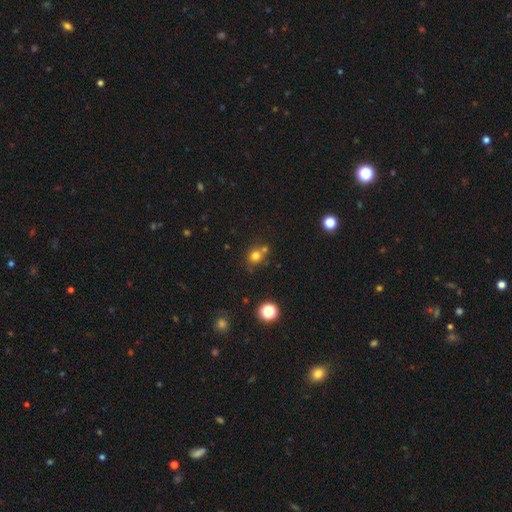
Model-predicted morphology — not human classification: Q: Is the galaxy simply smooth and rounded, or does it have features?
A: smooth — 75%.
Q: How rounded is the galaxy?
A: round — 84%.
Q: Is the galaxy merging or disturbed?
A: none — 62%.